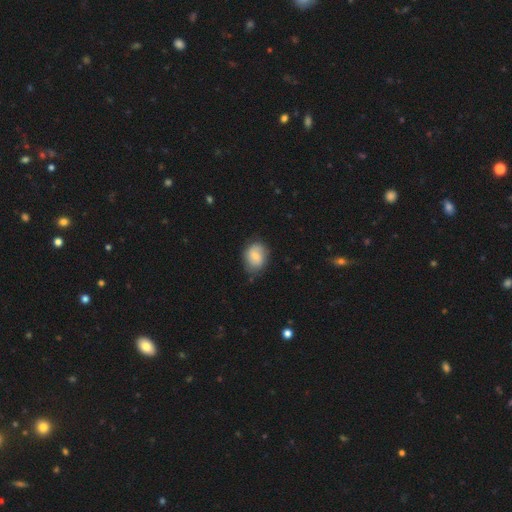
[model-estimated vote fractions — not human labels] smooth 64%, featured or disk 29%, star or artifact 7%. Down the decision tree: how rounded — in between (55%); merging — none (73%).